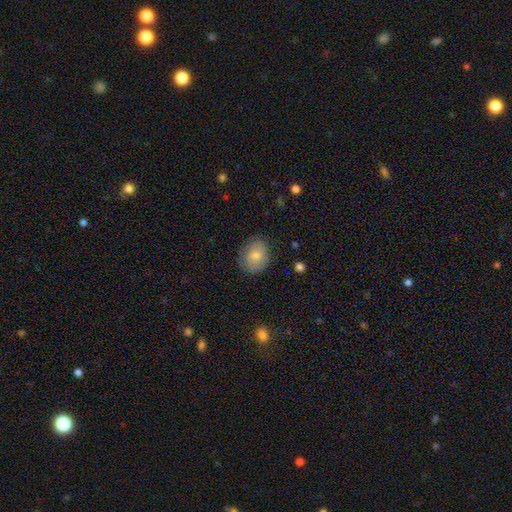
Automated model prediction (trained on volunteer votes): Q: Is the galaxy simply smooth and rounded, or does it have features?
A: smooth — 77%.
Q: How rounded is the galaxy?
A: round — 52%.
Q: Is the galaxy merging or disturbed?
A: none — 79%.